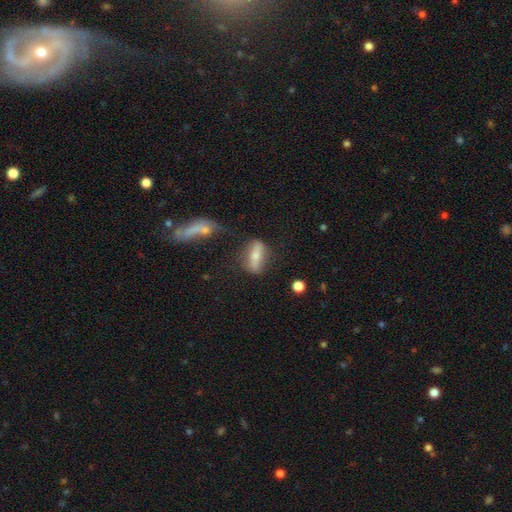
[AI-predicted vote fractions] A smooth galaxy with no disk features (53%) that is in between round and cigar-shaped (59%). Merging: none (63%).